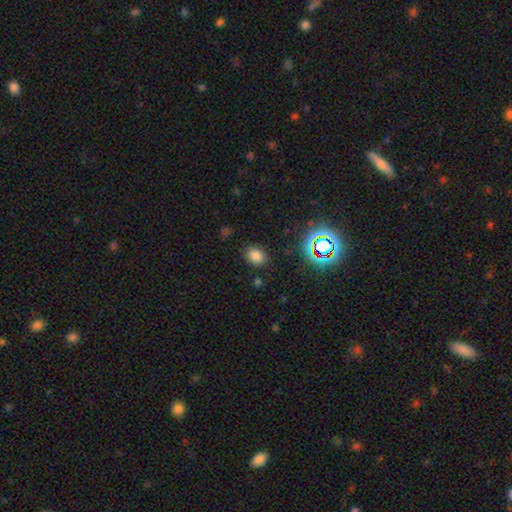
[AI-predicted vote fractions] This is likely a smooth galaxy (75%). How rounded: possibly in between (58%). Merging: clearly none (83%).